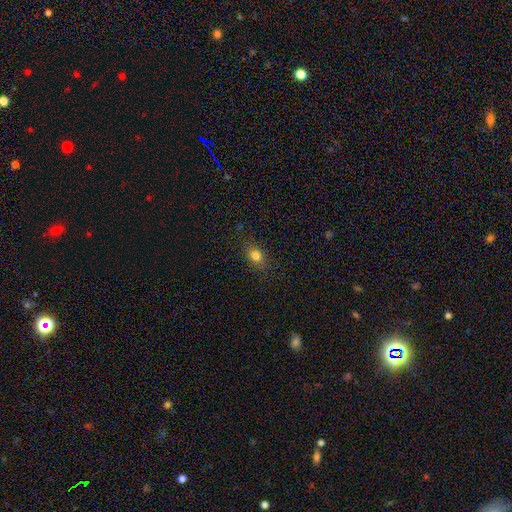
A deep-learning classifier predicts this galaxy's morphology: A smooth galaxy with no disk features (79%) that is in between round and cigar-shaped (57%).

Vote fractions:
- Smooth or featured? smooth: 79% / star or artifact: 13% / featured or disk: 8%
- How rounded? in between: 57% / round: 40% / cigar-shaped: 3%
- Merging? none: 85% / minor disturbance: 11% / major disturbance: 3% / merger: 1%